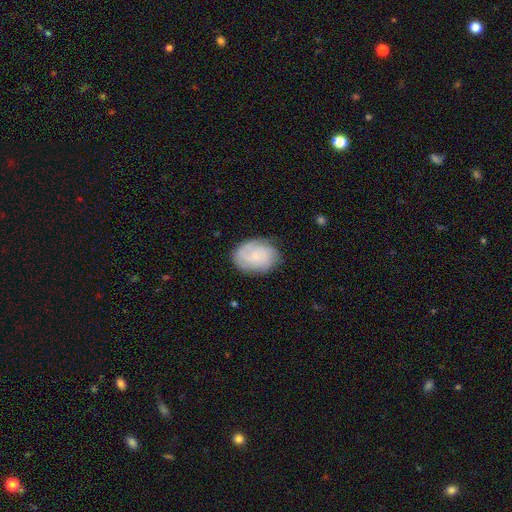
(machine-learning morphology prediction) Smooth or featured? Predicted: featured or disk (p=0.59). Edge-on disk? Predicted: no (p=0.98). Bar? Predicted: no (p=0.72). Spiral arms? Predicted: yes (p=0.91). Spiral winding? Predicted: tight (p=0.57). Spiral arm count? Predicted: can't tell (p=0.36). Bulge size? Predicted: small (p=0.72). Merging? Predicted: none (p=0.76).